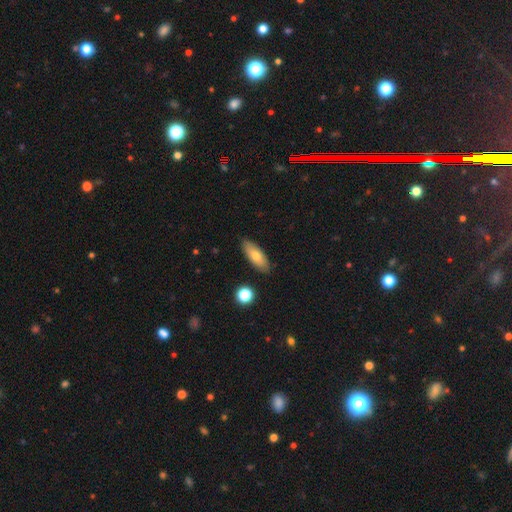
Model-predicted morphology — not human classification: Smooth or featured? smooth (71%)
How rounded? in between (74%)
Merging? none (85%)